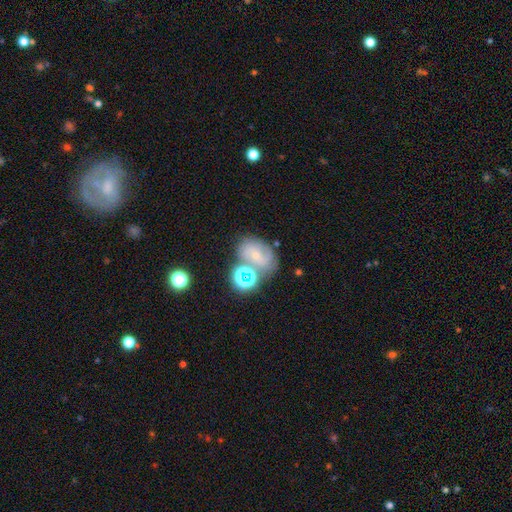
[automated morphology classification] This is possibly a featured or disk galaxy (52%). It is clearly not viewed edge-on (96%). Merging: possibly none (51%).